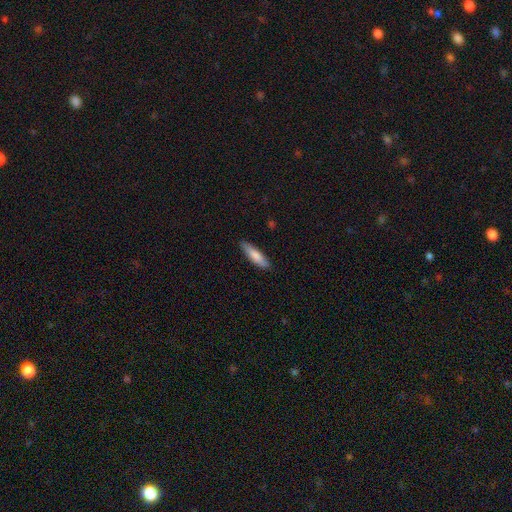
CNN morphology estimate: This appears to be a smooth galaxy with no disk features (81%) that is cigar-shaped (72%). Merging: none (86%).